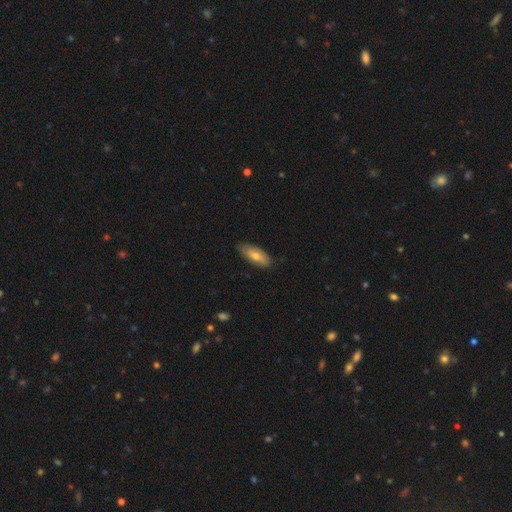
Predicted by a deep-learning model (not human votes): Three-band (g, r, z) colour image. It shows a smooth galaxy with no disk features (63%) that is in between round and cigar-shaped (80%). Merging: none (81%).